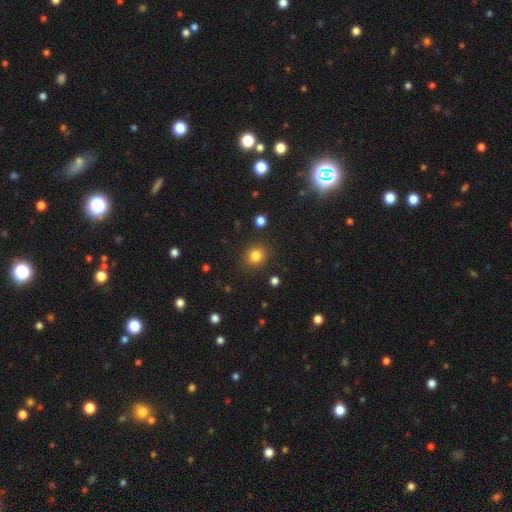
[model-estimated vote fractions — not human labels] A smooth galaxy with no disk features (83%) that is round (84%). Merging: none (88%).